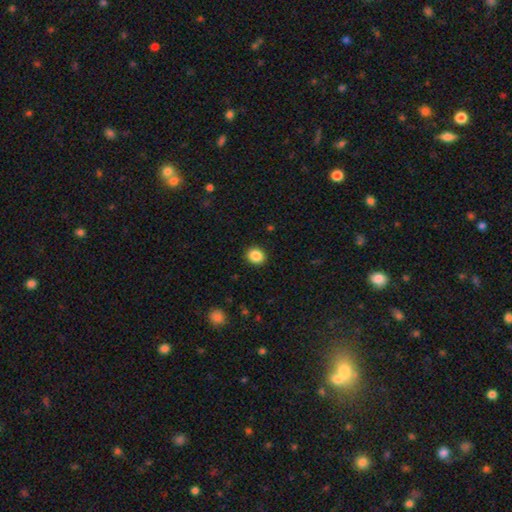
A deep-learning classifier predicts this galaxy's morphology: Smooth or featured?
  - smooth: 87% *
  - star or artifact: 9%
  - featured or disk: 3%
How rounded?
  - round: 70% *
  - in between: 29%
  - cigar-shaped: 1%
Merging?
  - none: 91% *
  - minor disturbance: 6%
  - major disturbance: 2%
  - merger: 1%